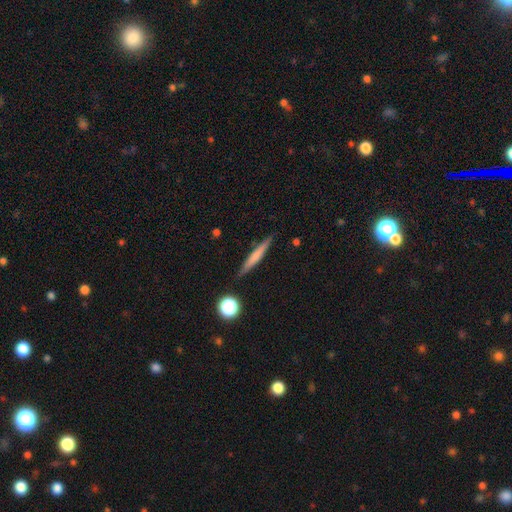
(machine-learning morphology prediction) The model was most divided on "smooth or featured": smooth: 59%, featured or disk: 34%, star or artifact: 7%. More confident: how rounded — cigar-shaped (94%); merging — none (89%).